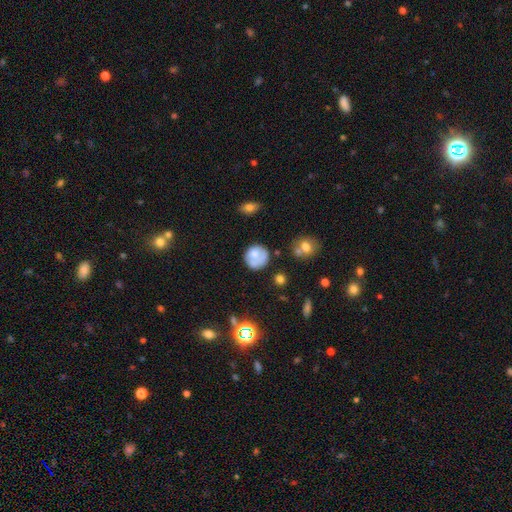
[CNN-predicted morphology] Overall: smooth (64%; featured or disk 26%). How rounded: round (82%). Merging: none (55%; minor disturbance 24%).